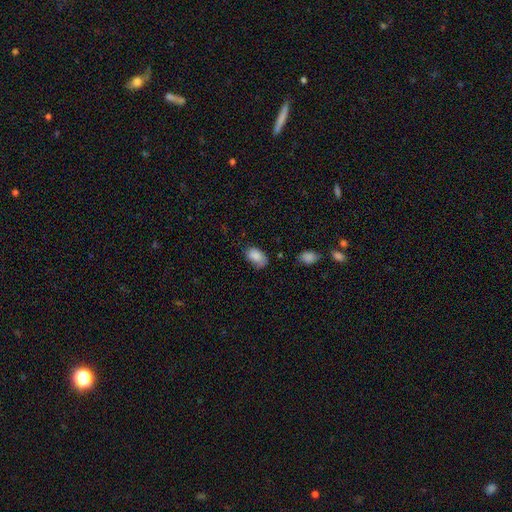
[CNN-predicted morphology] type=smooth (86%); roundness=in between (91%); merging=none (61%).